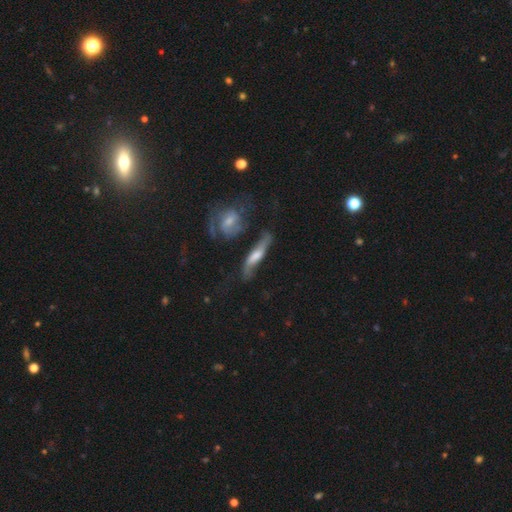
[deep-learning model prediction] Smooth or featured: featured or disk — 54% (smooth — 38%)
Edge-on disk: no — 52% (yes — 48%)
Merging: none — 55% (minor disturbance — 23%)